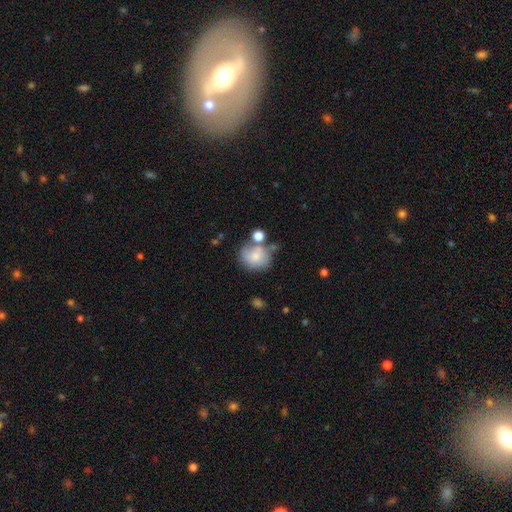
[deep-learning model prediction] smooth_or_featured: smooth (p=0.71) [alt: featured or disk p=0.20]
how_rounded: round (p=0.70) [alt: in between p=0.29]
merging: none (p=0.45) [alt: merger p=0.22]